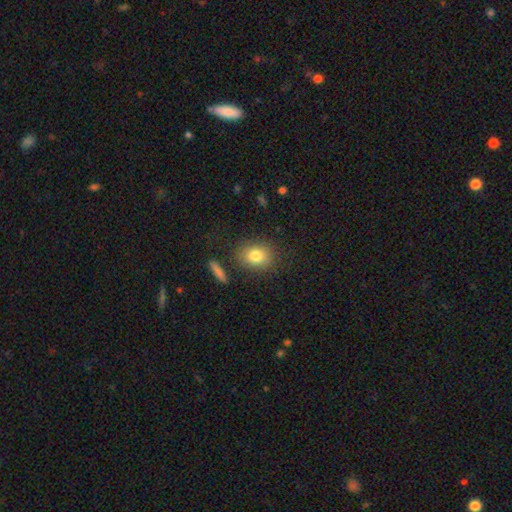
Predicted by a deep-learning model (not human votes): Morphology: type=smooth (79%); roundness=in between (50%); merging=none (82%).